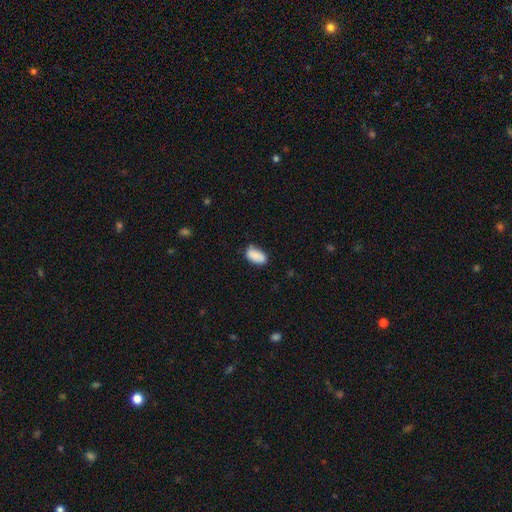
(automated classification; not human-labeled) A smooth galaxy with no disk features (86%) that is in between round and cigar-shaped (92%). Merging: none (67%).